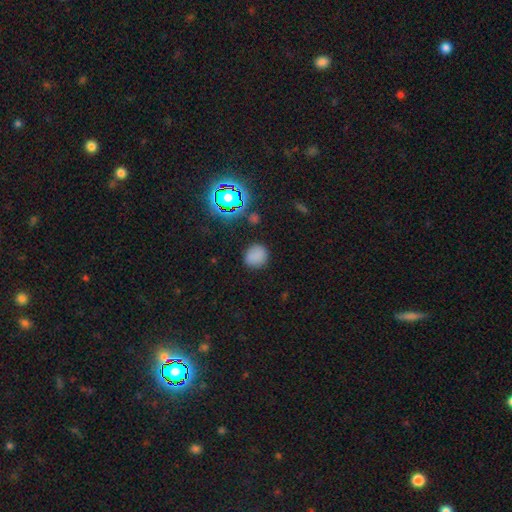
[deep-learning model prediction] Smooth or featured: smooth — 77% (star or artifact — 17%)
How rounded: round — 82% (in between — 17%)
Merging: none — 85% (minor disturbance — 10%)